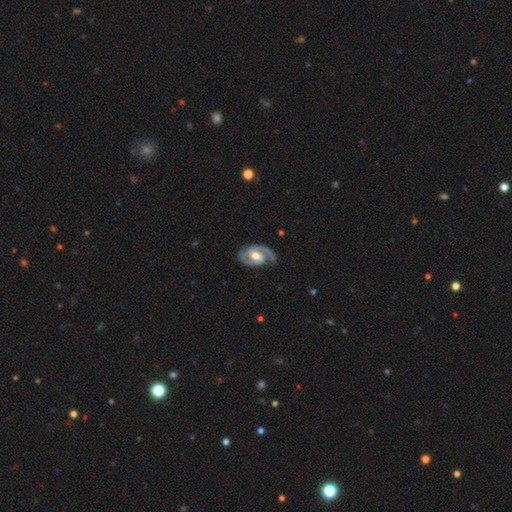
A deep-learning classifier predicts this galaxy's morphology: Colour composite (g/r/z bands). It shows a featured or disk galaxy (91%) with a weak bar (47%), 2 (91%) medium (52%) spiral arms (97%) and a moderate central bulge (71%). Merging: none (79%).